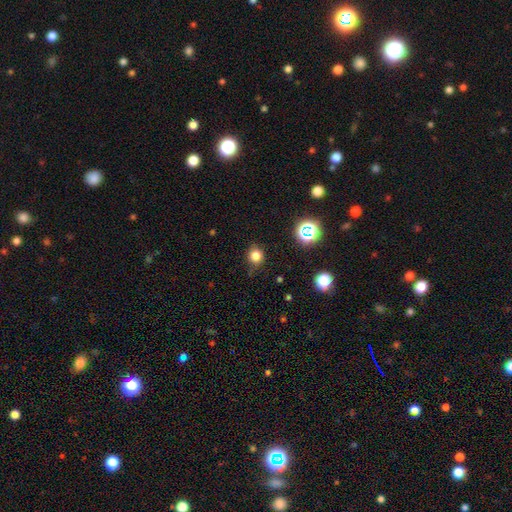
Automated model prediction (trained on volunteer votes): Smooth or featured? smooth (78%)
How rounded? round (83%)
Merging? none (81%)